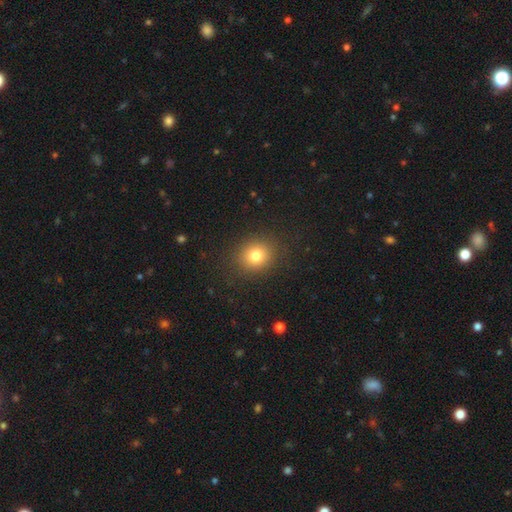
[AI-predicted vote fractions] Smooth or featured?
  - smooth: 78% *
  - star or artifact: 14%
  - featured or disk: 8%
How rounded?
  - round: 78% *
  - in between: 21%
  - cigar-shaped: 1%
Merging?
  - none: 89% *
  - minor disturbance: 7%
  - major disturbance: 3%
  - merger: 1%